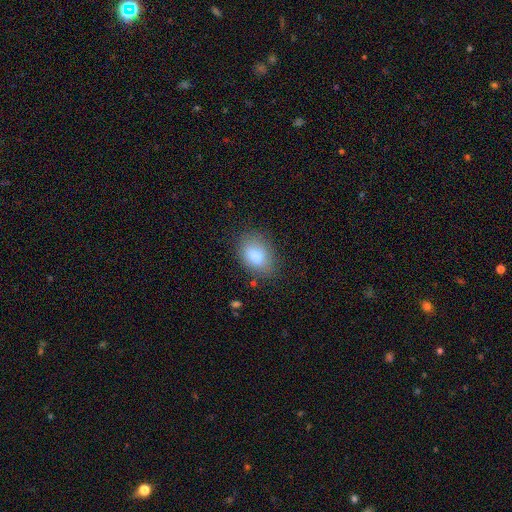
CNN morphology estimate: smooth-or-featured: smooth: 83% | featured or disk: 9% | star or artifact: 8%
  how-rounded: in between: 83% | round: 15% | cigar-shaped: 1%
  merging: none: 73% | minor disturbance: 19% | major disturbance: 6% | merger: 2%